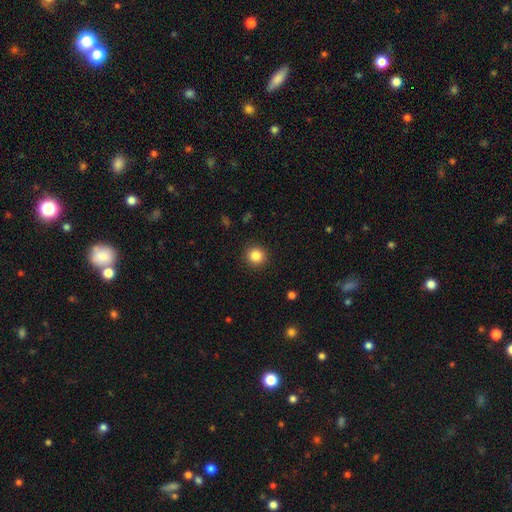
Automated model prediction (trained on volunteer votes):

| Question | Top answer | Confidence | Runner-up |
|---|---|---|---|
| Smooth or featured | smooth | 85% | star or artifact (11%) |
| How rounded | round | 92% | in between (7%) |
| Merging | none | 91% | minor disturbance (6%) |